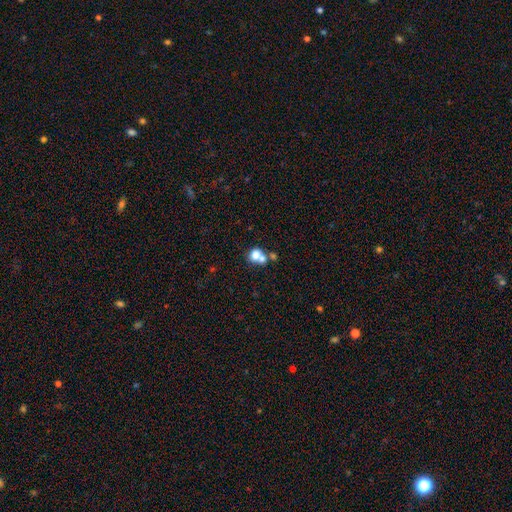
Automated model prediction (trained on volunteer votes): Overall: smooth (73%). How rounded: round (74%). Merging: merger (52%; none 36%).